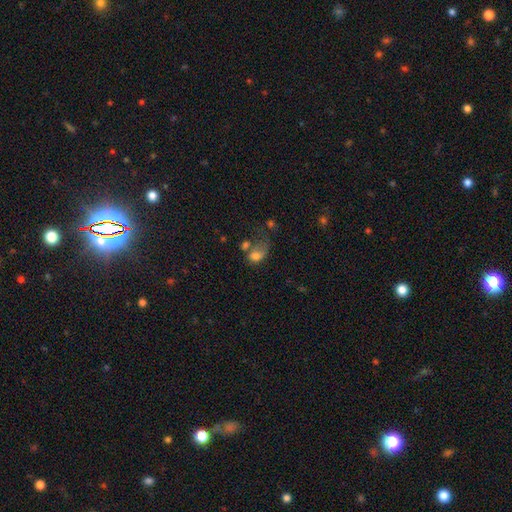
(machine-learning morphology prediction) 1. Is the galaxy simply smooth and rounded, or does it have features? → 69% smooth, 19% featured or disk, 12% star or artifact.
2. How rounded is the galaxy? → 71% in between, 27% round, 2% cigar-shaped.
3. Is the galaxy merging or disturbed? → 36% major disturbance, 30% merger, 18% none, 17% minor disturbance.